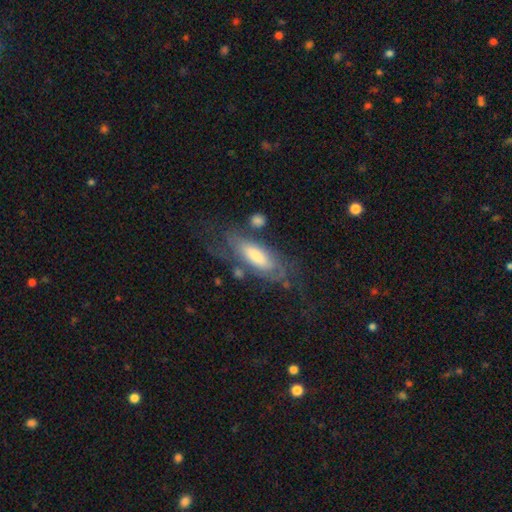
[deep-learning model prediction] Smooth or featured: featured or disk — 60% (smooth — 34%)
Edge-on disk: no — 81% (yes — 19%)
Merging: none — 56% (minor disturbance — 21%)